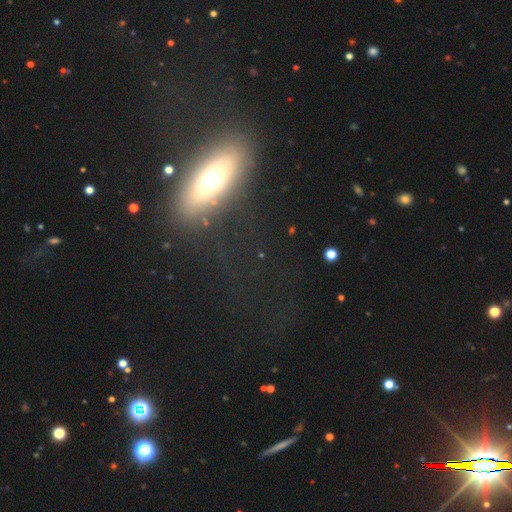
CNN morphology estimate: Smooth or featured? smooth (53%)
How rounded? in between (64%)
Merging? none (70%)